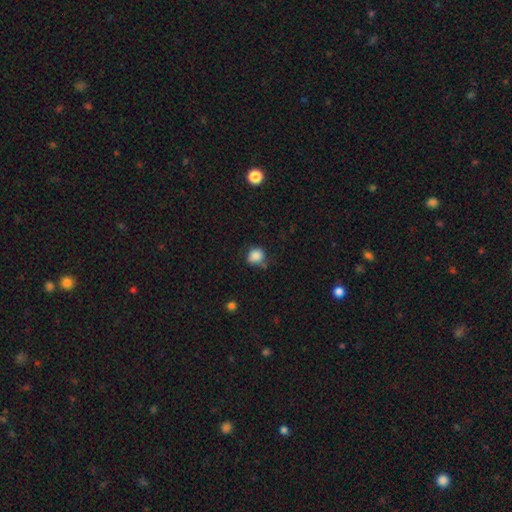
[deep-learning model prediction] A smooth galaxy with no disk features (85%) that is round (75%). Merging: none (63%).